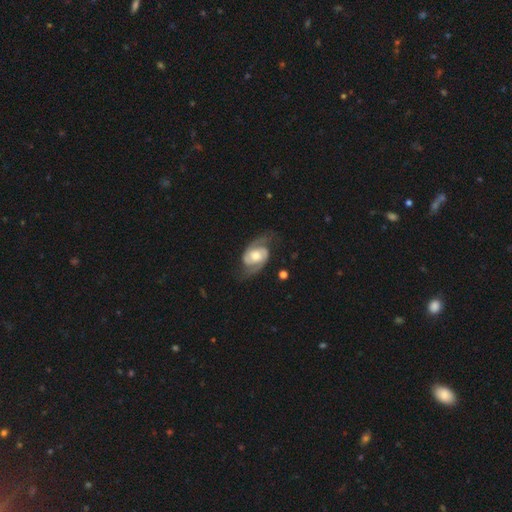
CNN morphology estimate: A featured or disk galaxy (85%) with no bar (59%), 2 (91%) medium (48%) spiral arms (95%) and a moderate central bulge (60%).

Vote fractions:
- Smooth or featured? featured or disk: 85% / smooth: 10% / star or artifact: 5%
- Edge-on disk? no: 97% / yes: 3%
- Bar? no: 59% / weak: 32% / strong: 9%
- Spiral arms? yes: 95% / no: 5%
- Spiral winding? medium: 48% / tight: 30% / loose: 22%
- Spiral arm count? 2: 91% / can't tell: 4% / 1: 2% / 3: 1% / 4: 1% / more than 4: 1%
- Bulge size? moderate: 60% / small: 19% / large: 17% / none: 3% / dominant: 2%
- Merging? none: 69% / minor disturbance: 19% / major disturbance: 11% / merger: 2%